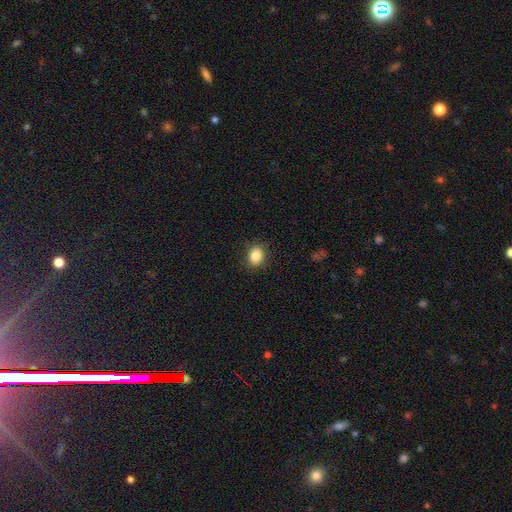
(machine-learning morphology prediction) smooth 85%, star or artifact 10%, featured or disk 5%. Down the decision tree: how rounded — round (53%); merging — none (87%).